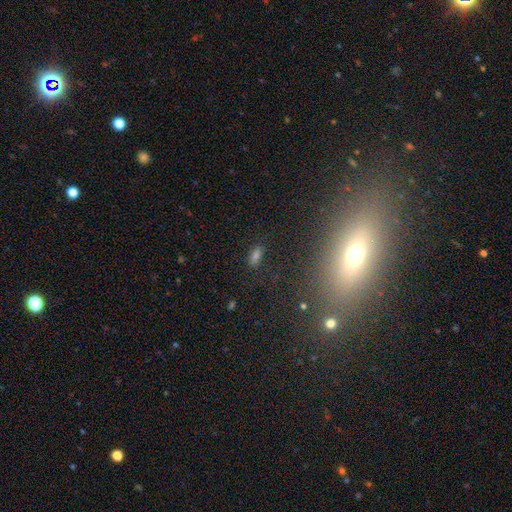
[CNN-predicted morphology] Overall: smooth (66%). How rounded: in between (82%). Merging: none (82%).